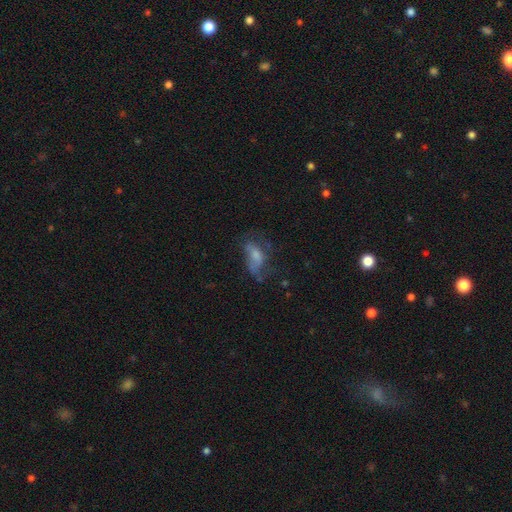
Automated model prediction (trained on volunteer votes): smooth_or_featured: featured or disk (p=0.44) [alt: smooth p=0.40]
merging: none (p=0.42) [alt: major disturbance p=0.31]